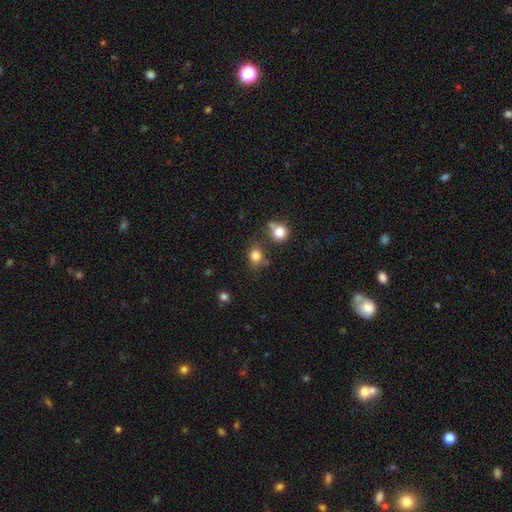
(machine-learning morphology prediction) A smooth galaxy with no disk features (81%) that is round (59%).

Vote fractions:
- Smooth or featured? smooth: 81% / star or artifact: 12% / featured or disk: 7%
- How rounded? round: 59% / in between: 40% / cigar-shaped: 1%
- Merging? none: 68% / minor disturbance: 15% / merger: 12% / major disturbance: 5%